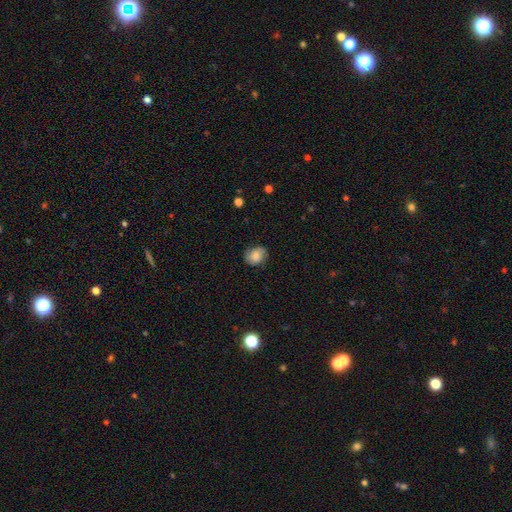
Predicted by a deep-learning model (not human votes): smooth_or_featured: smooth (p=0.66) [alt: featured or disk p=0.25]
how_rounded: round (p=0.62) [alt: in between p=0.37]
merging: none (p=0.78) [alt: minor disturbance p=0.17]